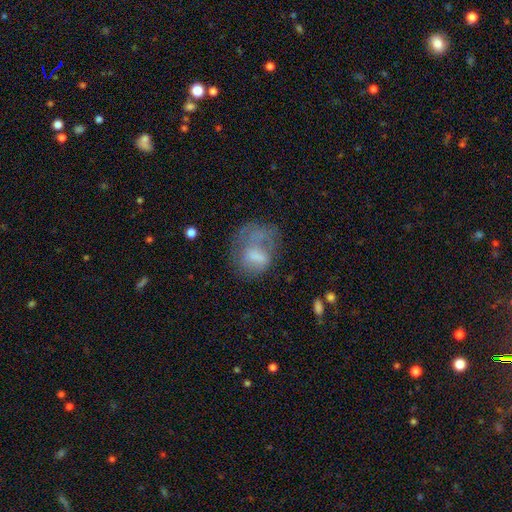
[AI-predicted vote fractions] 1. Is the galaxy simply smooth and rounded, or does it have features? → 53% smooth, 35% featured or disk, 12% star or artifact.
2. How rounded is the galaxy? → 56% in between, 43% round, 2% cigar-shaped.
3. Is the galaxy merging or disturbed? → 37% major disturbance, 34% none, 24% minor disturbance, 6% merger.